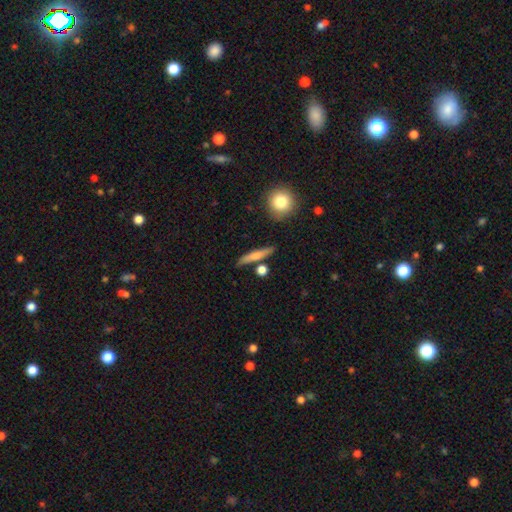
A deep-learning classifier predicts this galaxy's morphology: The model was most divided on "smooth or featured": smooth: 63%, featured or disk: 30%, star or artifact: 7%. More confident: merging — none (82%); how rounded — cigar-shaped (81%).